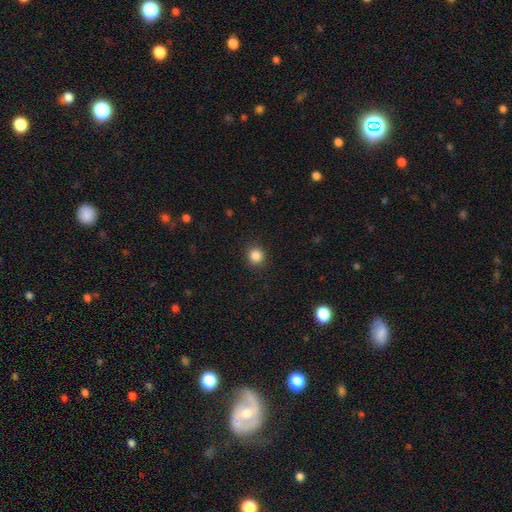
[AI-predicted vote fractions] Smooth or featured: smooth — 86% (star or artifact — 11%)
How rounded: round — 89% (in between — 10%)
Merging: none — 91% (minor disturbance — 6%)